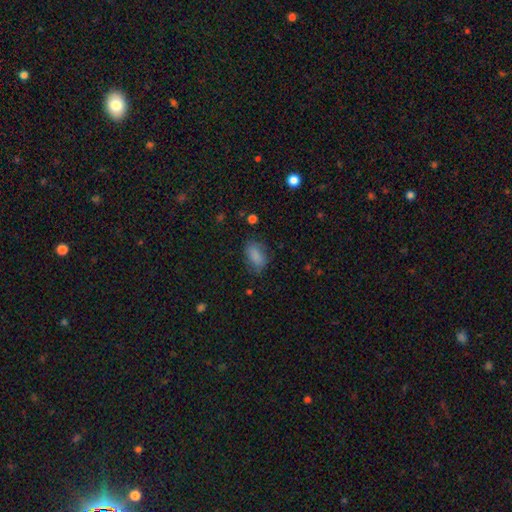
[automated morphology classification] Smooth or featured? Predicted: smooth (p=0.84). How rounded? Predicted: in between (p=0.89). Merging? Predicted: none (p=0.70).